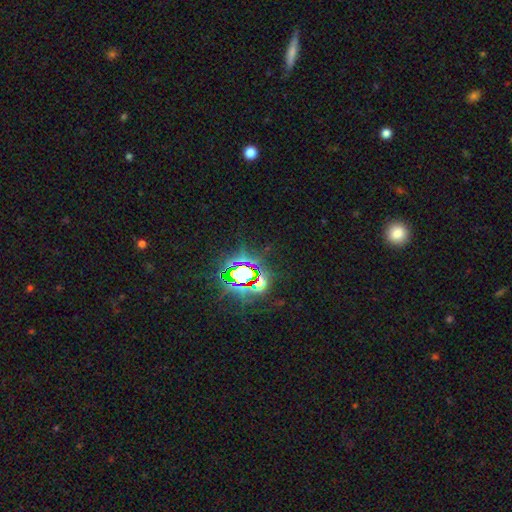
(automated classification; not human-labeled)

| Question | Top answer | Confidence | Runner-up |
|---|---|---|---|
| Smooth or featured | star or artifact | 82% | smooth (11%) |